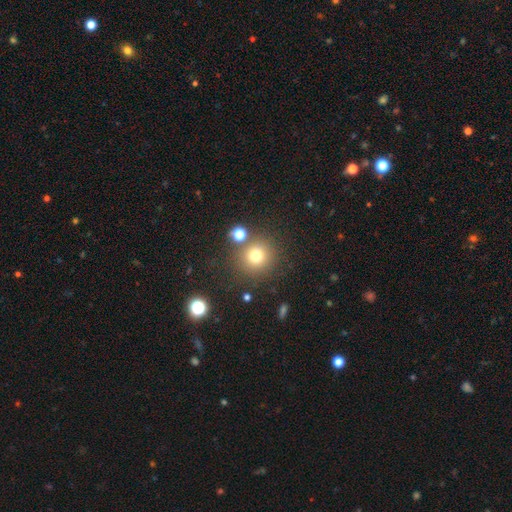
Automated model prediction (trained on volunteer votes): Q: Smooth or featured?
A: smooth (74%); runner-up: star or artifact (17%)
Q: How rounded?
A: round (93%); runner-up: in between (6%)
Q: Merging?
A: none (78%); runner-up: merger (10%)